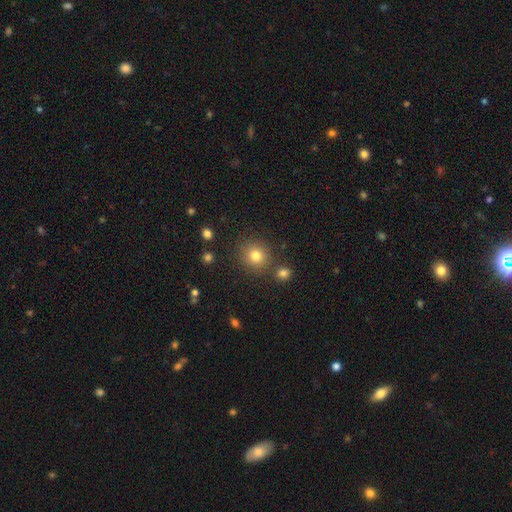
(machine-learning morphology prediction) Smooth or featured? Predicted: smooth (p=0.79). How rounded? Predicted: round (p=0.87). Merging? Predicted: none (p=0.82).